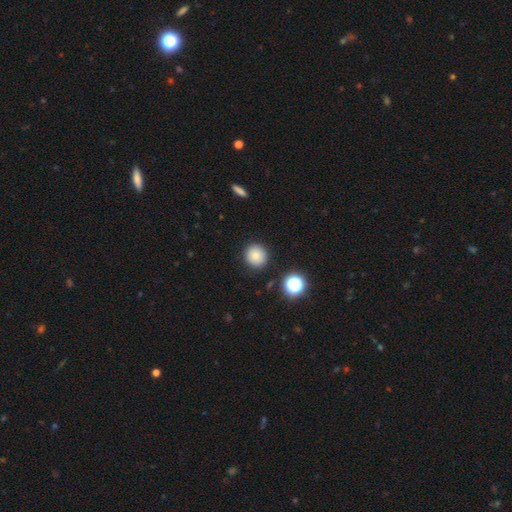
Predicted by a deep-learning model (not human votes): Overall: smooth (81%). How rounded: round (94%). Merging: none (90%).